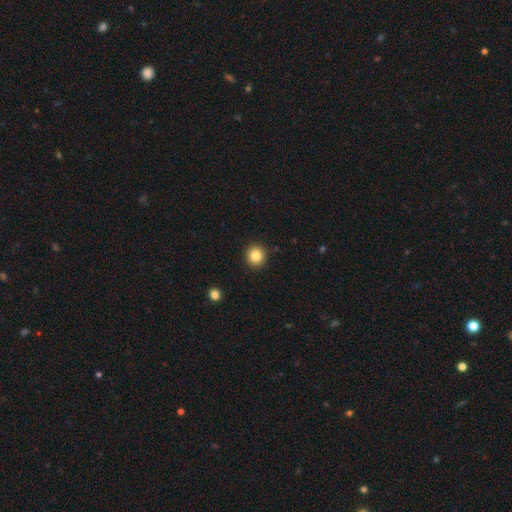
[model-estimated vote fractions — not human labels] smooth-or-featured: smooth: 83% | star or artifact: 11% | featured or disk: 6%
  how-rounded: round: 94% | in between: 5% | cigar-shaped: 1%
  merging: none: 92% | minor disturbance: 5% | major disturbance: 2% | merger: 1%